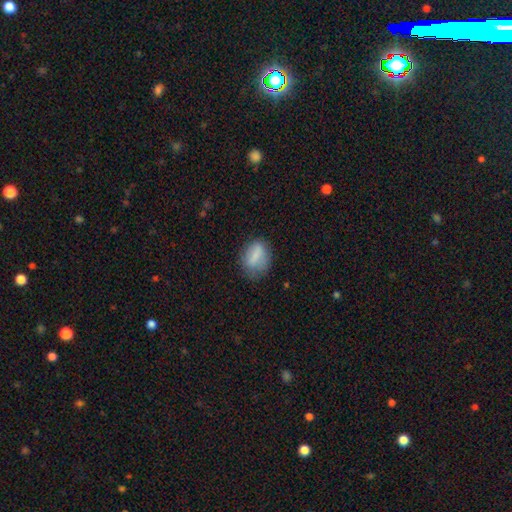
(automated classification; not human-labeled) A smooth galaxy with no disk features (77%) that is in between round and cigar-shaped (69%).

Vote fractions:
- Smooth or featured? smooth: 77% / featured or disk: 14% / star or artifact: 9%
- How rounded? in between: 69% / round: 28% / cigar-shaped: 3%
- Merging? none: 66% / minor disturbance: 23% / major disturbance: 9% / merger: 2%